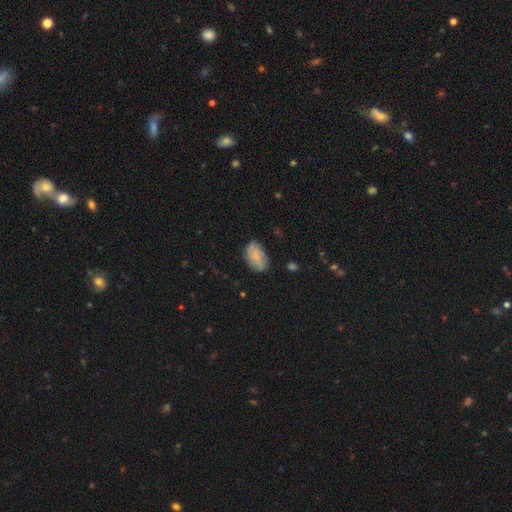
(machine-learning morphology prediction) Q: Smooth or featured?
A: smooth (65%); runner-up: featured or disk (26%)
Q: How rounded?
A: in between (92%); runner-up: round (6%)
Q: Merging?
A: none (65%); runner-up: minor disturbance (25%)